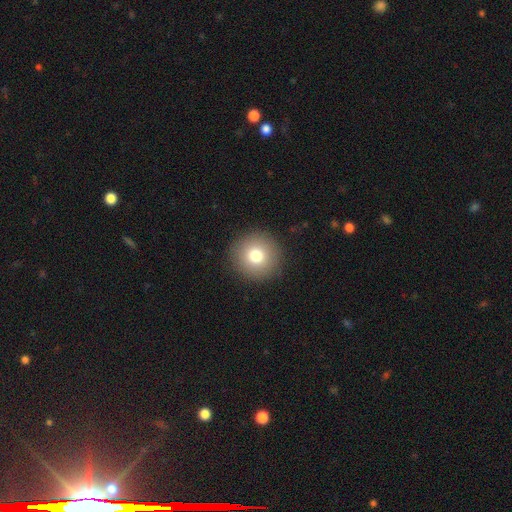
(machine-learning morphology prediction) Smooth or featured?
  - smooth: 77% *
  - featured or disk: 12%
  - star or artifact: 11%
How rounded?
  - round: 95% *
  - in between: 4%
  - cigar-shaped: 1%
Merging?
  - none: 92% *
  - minor disturbance: 5%
  - major disturbance: 2%
  - merger: 1%